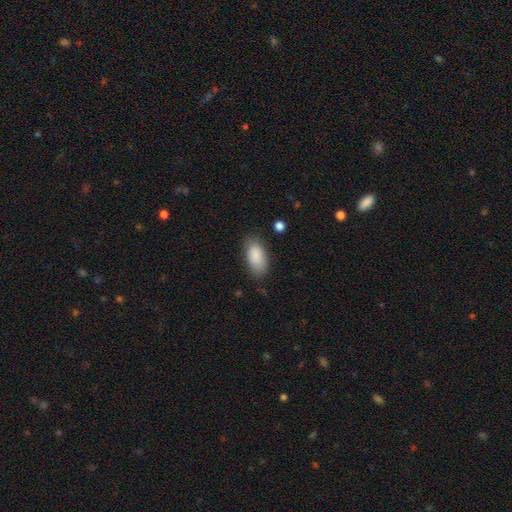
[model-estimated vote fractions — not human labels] Morphology: type=smooth (88%); roundness=in between (92%); merging=none (78%).